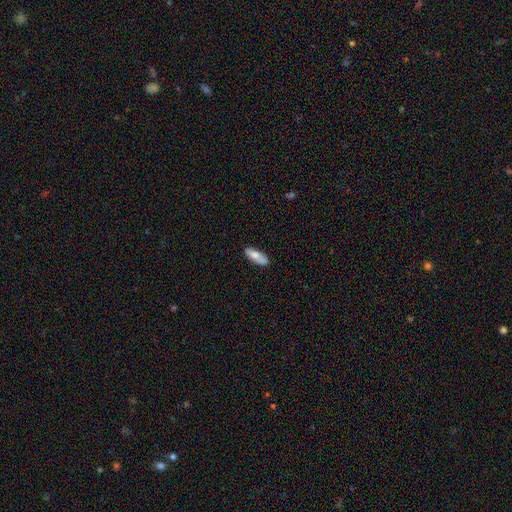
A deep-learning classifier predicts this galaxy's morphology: Smooth or featured?
  - smooth: 76% *
  - featured or disk: 18%
  - star or artifact: 6%
How rounded?
  - in between: 68% *
  - cigar-shaped: 30%
  - round: 2%
Merging?
  - none: 76% *
  - minor disturbance: 17%
  - merger: 4%
  - major disturbance: 3%